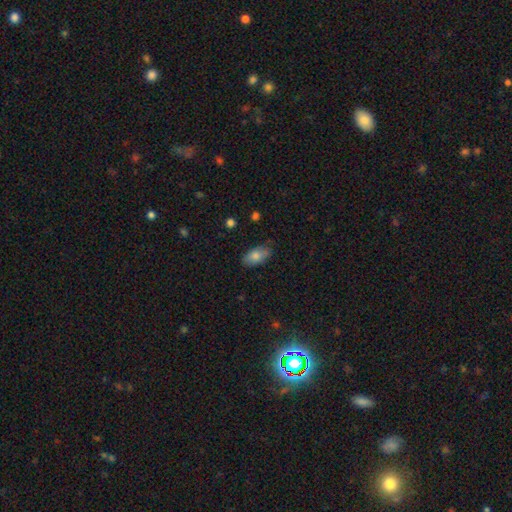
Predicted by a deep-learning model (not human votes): A smooth galaxy with no disk features (79%) that is in between round and cigar-shaped (91%). Merging: none (80%).